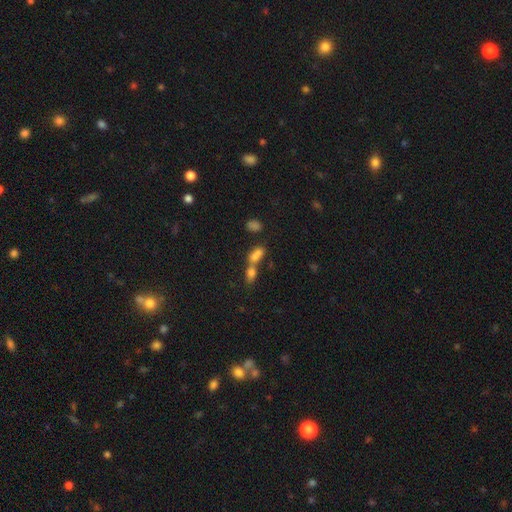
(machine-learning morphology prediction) A smooth galaxy with no disk features (69%) that is in between round and cigar-shaped (73%).

Vote fractions:
- Smooth or featured? smooth: 69% / featured or disk: 16% / star or artifact: 15%
- How rounded? in between: 73% / round: 17% / cigar-shaped: 10%
- Merging? merger: 65% / none: 24% / minor disturbance: 7% / major disturbance: 5%